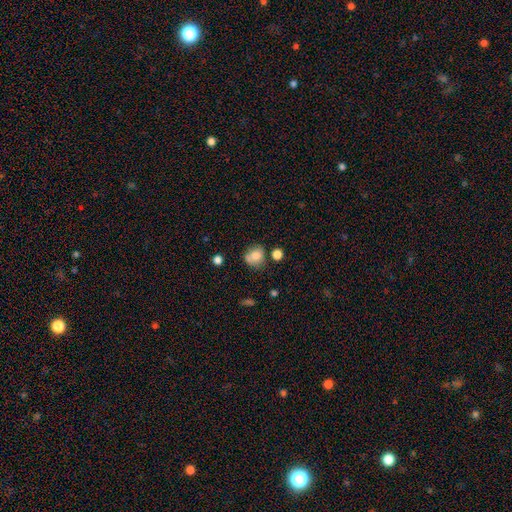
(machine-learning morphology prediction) Overall: smooth (77%). How rounded: round (73%). Merging: none (55%; minor disturbance 22%).